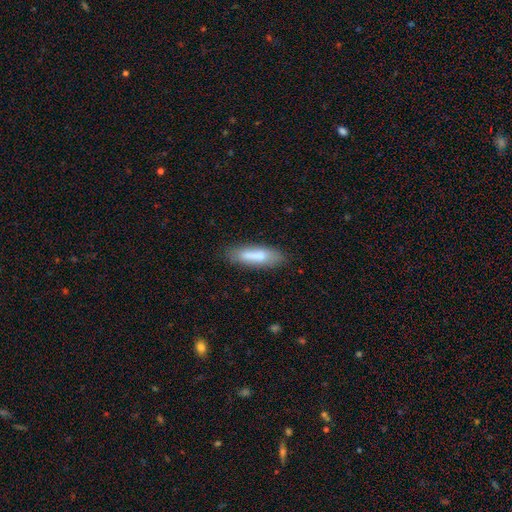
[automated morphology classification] Q: Smooth or featured?
A: smooth (76%); runner-up: featured or disk (17%)
Q: How rounded?
A: cigar-shaped (59%); runner-up: in between (40%)
Q: Merging?
A: none (74%); runner-up: minor disturbance (18%)